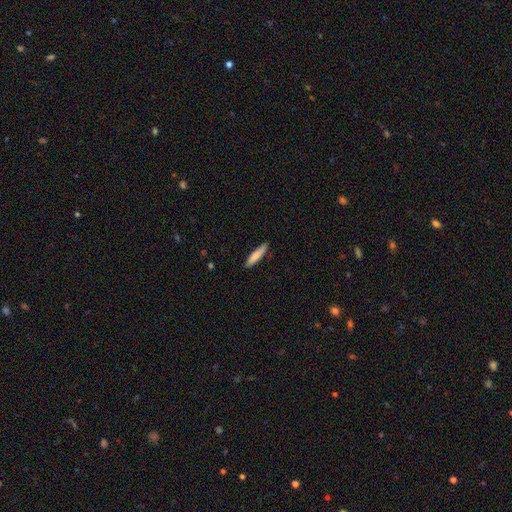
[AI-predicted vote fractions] This appears to be a smooth galaxy with no disk features (80%) that is cigar-shaped (86%). Merging: none (88%).